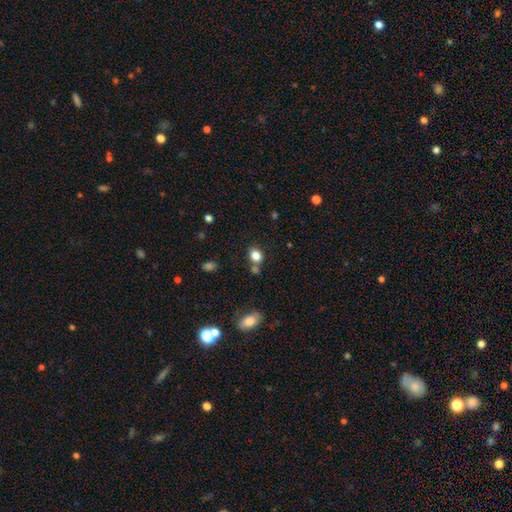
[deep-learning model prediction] Smooth or featured: smooth — 82% (star or artifact — 12%)
How rounded: round — 54% (in between — 45%)
Merging: none — 66% (merger — 16%)